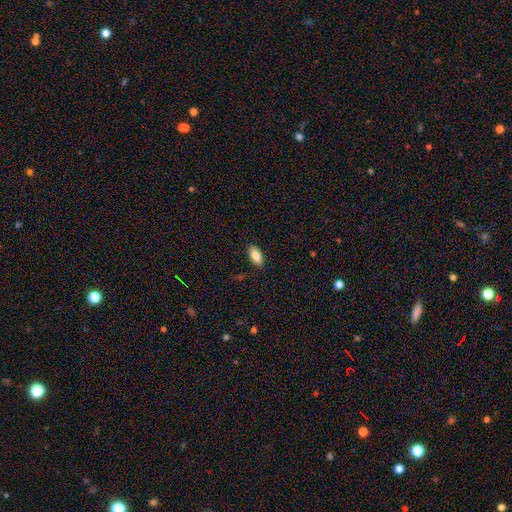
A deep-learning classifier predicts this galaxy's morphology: Smooth or featured? Predicted: smooth (p=0.85). How rounded? Predicted: in between (p=0.92). Merging? Predicted: none (p=0.88).